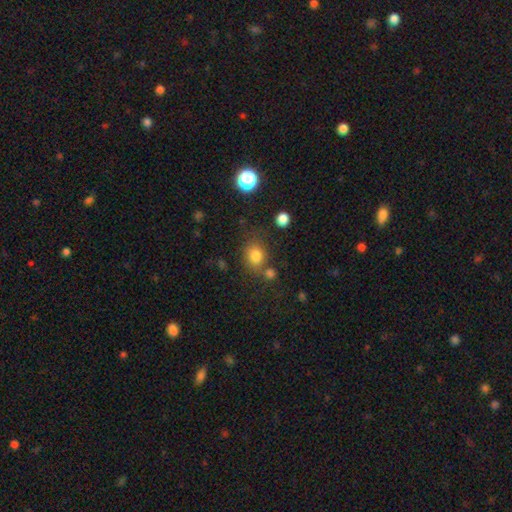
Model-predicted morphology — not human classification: Smooth or featured?
  - smooth: 79% *
  - star or artifact: 14%
  - featured or disk: 7%
How rounded?
  - round: 64% *
  - in between: 35%
  - cigar-shaped: 1%
Merging?
  - none: 68% *
  - merger: 14%
  - minor disturbance: 13%
  - major disturbance: 5%